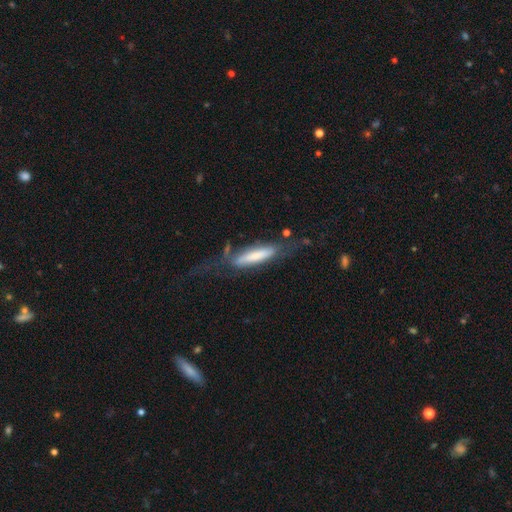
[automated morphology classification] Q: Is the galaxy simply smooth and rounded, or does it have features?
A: smooth — 60%.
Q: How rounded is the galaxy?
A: cigar-shaped — 78%.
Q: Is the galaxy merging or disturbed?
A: none — 49%.